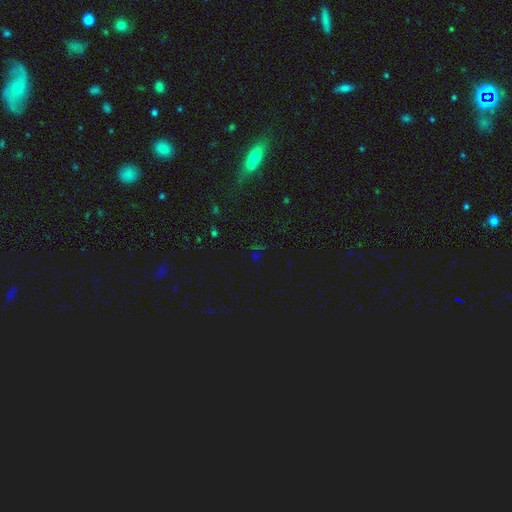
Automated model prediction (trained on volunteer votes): Smooth or featured: star or artifact — 69% (smooth — 22%)